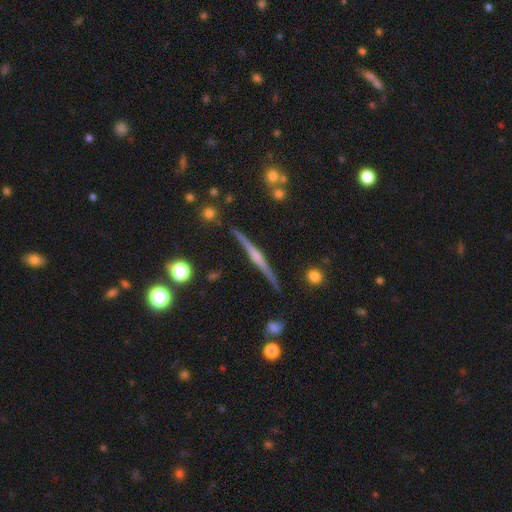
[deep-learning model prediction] This appears to be a featured or disk galaxy (78%) viewed edge-on (98%) with a rounded central bulge (62%). Merging: none (90%).